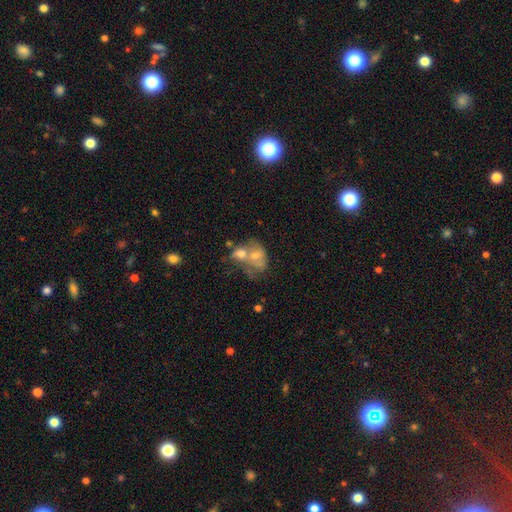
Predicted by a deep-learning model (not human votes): Smooth or featured?
  - smooth: 51% *
  - featured or disk: 39%
  - star or artifact: 10%
How rounded?
  - in between: 61% *
  - round: 38%
  - cigar-shaped: 1%
Merging?
  - merger: 71% *
  - none: 13%
  - major disturbance: 9%
  - minor disturbance: 8%